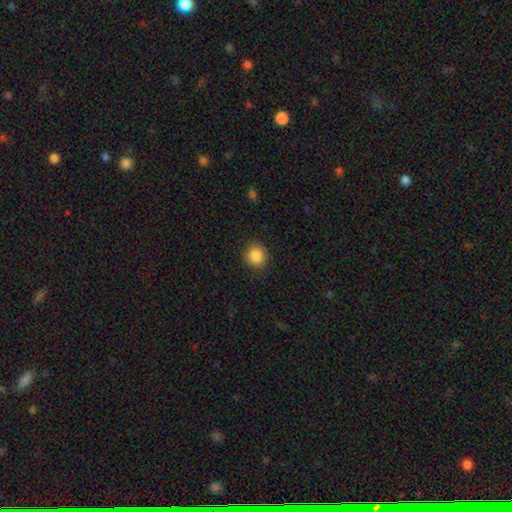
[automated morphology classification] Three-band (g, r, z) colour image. It shows a smooth galaxy with no disk features (87%) that is round (85%). Merging: none (89%).